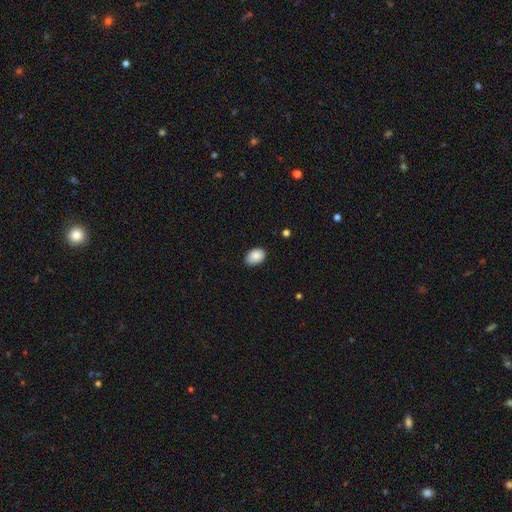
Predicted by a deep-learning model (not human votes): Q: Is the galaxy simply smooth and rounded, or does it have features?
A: smooth — 88%.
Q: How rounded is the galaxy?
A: in between — 84%.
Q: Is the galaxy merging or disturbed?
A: none — 82%.